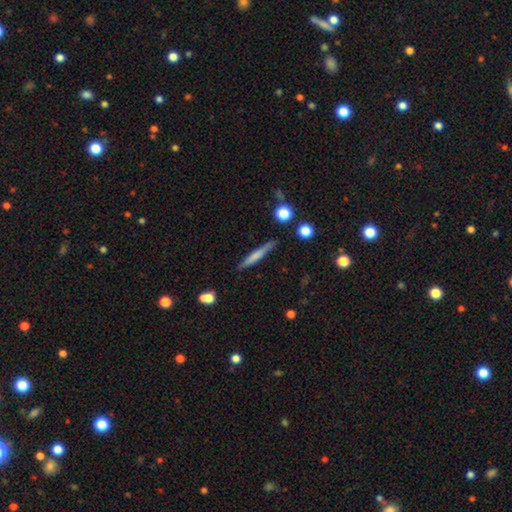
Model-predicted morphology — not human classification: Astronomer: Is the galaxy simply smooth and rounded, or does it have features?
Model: smooth — 59% (runner-up: featured or disk, 34%).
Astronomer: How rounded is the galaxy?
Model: cigar-shaped — 94%.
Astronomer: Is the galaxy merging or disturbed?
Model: none — 85%.